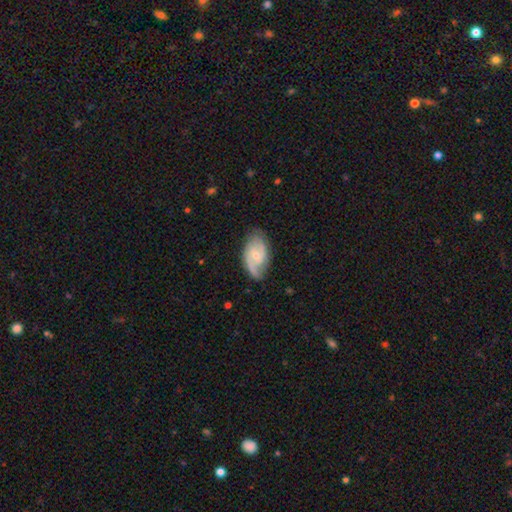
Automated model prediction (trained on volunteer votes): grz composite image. It shows a featured or disk galaxy (73%) with no bar (61%), 2 (68%) medium (45%) spiral arms (92%) and a small central bulge (58%). Merging: none (69%).